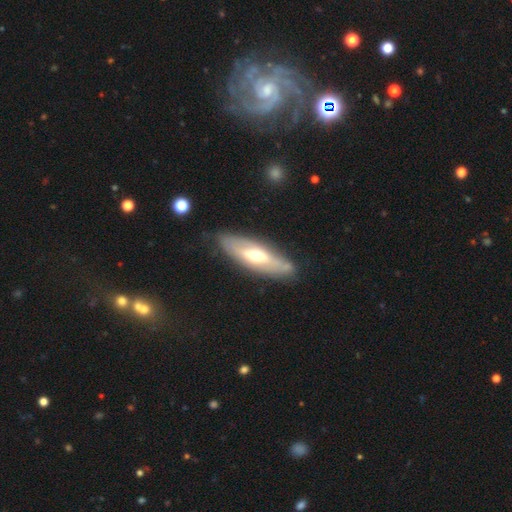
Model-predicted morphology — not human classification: The model was most divided on "edge-on disk": no: 56%, yes: 44%. More confident: merging — none (81%); smooth or featured — featured or disk (59%).